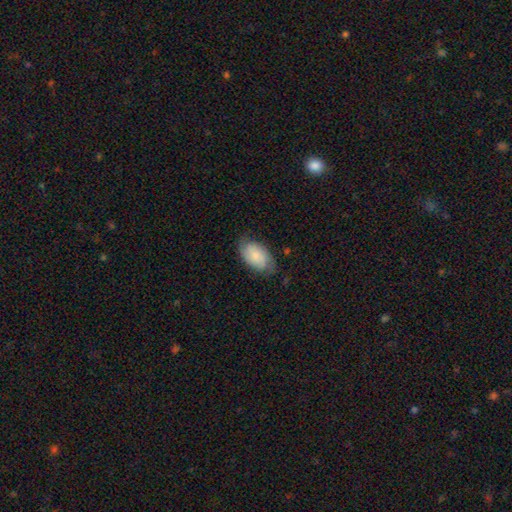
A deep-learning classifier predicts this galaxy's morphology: A smooth galaxy with no disk features (74%) that is in between round and cigar-shaped (94%).

Vote fractions:
- Smooth or featured? smooth: 74% / featured or disk: 20% / star or artifact: 6%
- How rounded? in between: 94% / round: 5% / cigar-shaped: 1%
- Merging? none: 69% / minor disturbance: 24% / major disturbance: 6% / merger: 1%